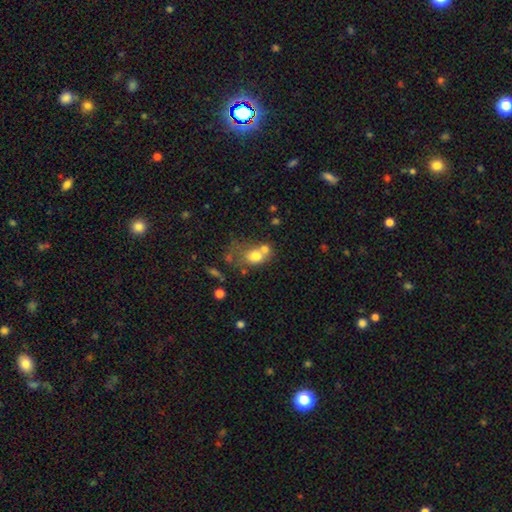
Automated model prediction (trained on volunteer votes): Smooth or featured?
  - smooth: 70% *
  - featured or disk: 19%
  - star or artifact: 11%
How rounded?
  - round: 50% *
  - in between: 49%
  - cigar-shaped: 1%
Merging?
  - merger: 50% *
  - none: 28%
  - minor disturbance: 12%
  - major disturbance: 10%